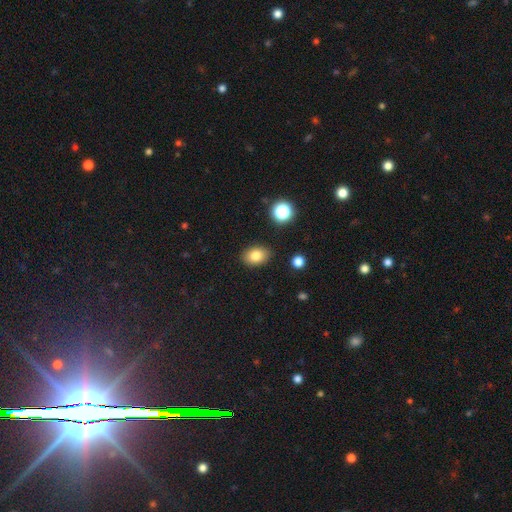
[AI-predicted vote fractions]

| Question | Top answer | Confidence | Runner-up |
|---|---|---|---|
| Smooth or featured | smooth | 81% | star or artifact (10%) |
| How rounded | in between | 75% | round (23%) |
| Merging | none | 86% | minor disturbance (9%) |